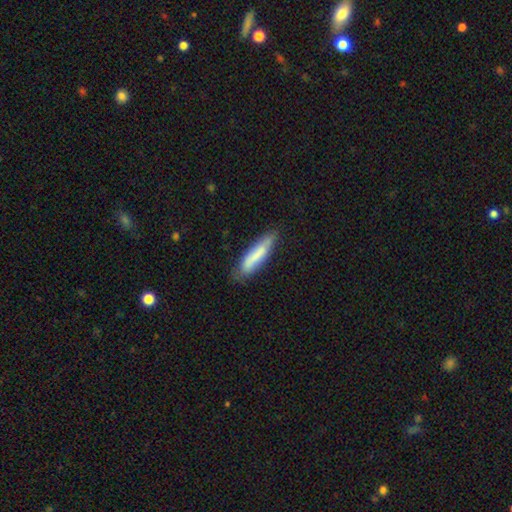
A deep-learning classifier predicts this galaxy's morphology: Smooth or featured? smooth (70%)
How rounded? cigar-shaped (77%)
Merging? none (71%)